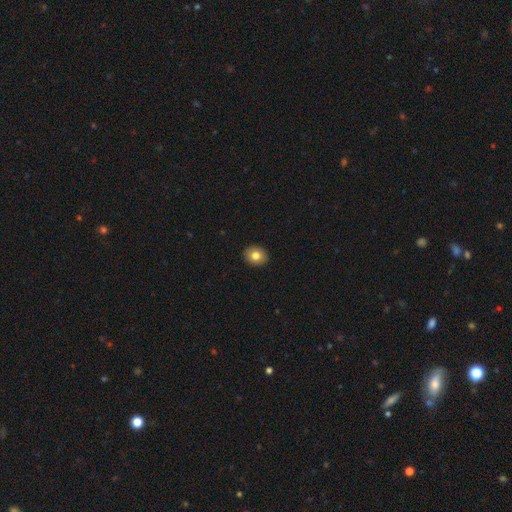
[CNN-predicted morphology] A smooth galaxy with no disk features (81%) that is round (64%).

Vote fractions:
- Smooth or featured? smooth: 81% / featured or disk: 10% / star or artifact: 9%
- How rounded? round: 64% / in between: 35% / cigar-shaped: 1%
- Merging? none: 92% / minor disturbance: 5% / major disturbance: 1% / merger: 1%